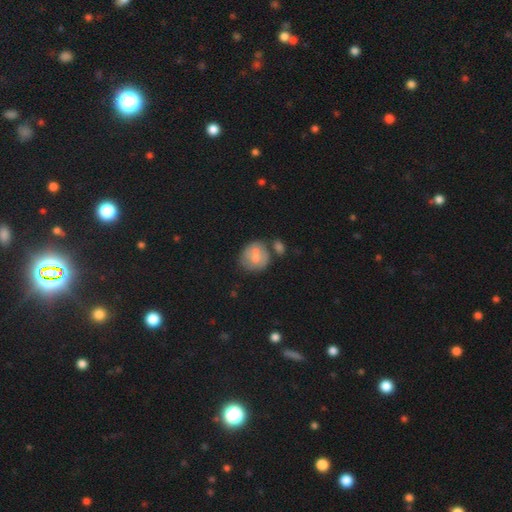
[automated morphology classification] This is likely a smooth galaxy (62%). How rounded: likely round (76%). Merging: possibly none (46%).